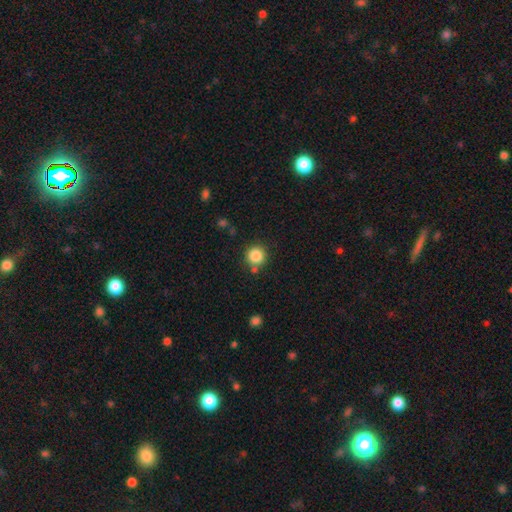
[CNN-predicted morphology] Smooth or featured? Predicted: smooth (p=0.85). How rounded? Predicted: round (p=0.94). Merging? Predicted: none (p=0.80).